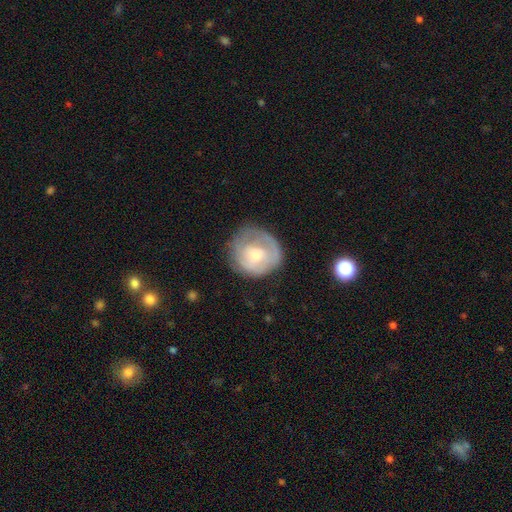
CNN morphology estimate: Smooth or featured? Predicted: featured or disk (p=0.50). Merging? Predicted: none (p=0.61).